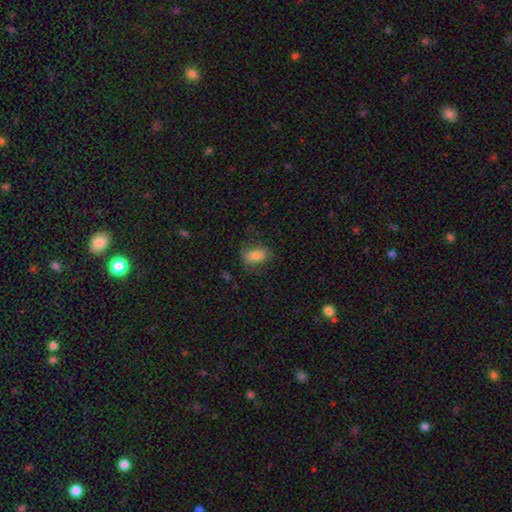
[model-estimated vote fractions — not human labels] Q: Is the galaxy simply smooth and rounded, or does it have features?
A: smooth — 76%.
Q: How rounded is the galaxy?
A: in between — 83%.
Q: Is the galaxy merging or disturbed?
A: none — 70%.